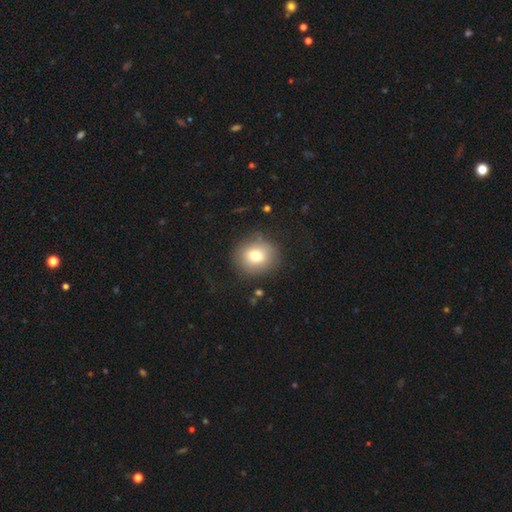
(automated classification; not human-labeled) This appears to be a smooth galaxy with no disk features (74%) that is round (83%). Merging: none (84%).